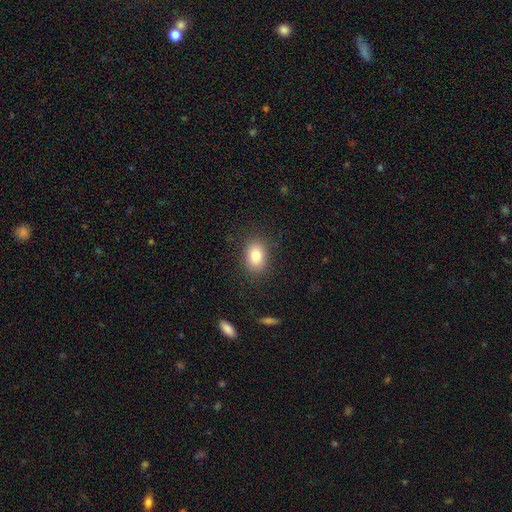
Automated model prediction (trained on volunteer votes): The model was most divided on "how rounded": in between: 71%, round: 28%, cigar-shaped: 1%. More confident: merging — none (85%); smooth or featured — smooth (83%).